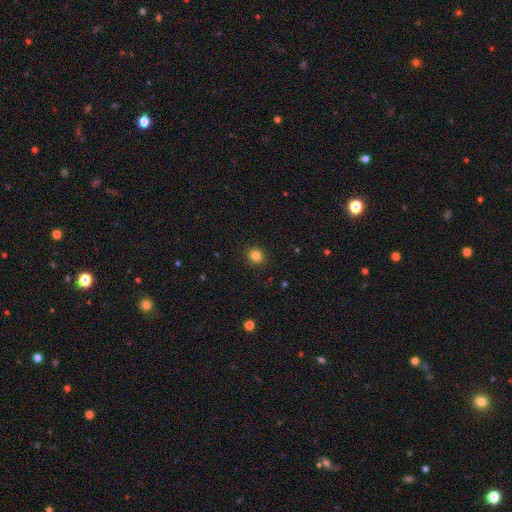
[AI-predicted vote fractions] smooth 84%, star or artifact 12%, featured or disk 5%. Down the decision tree: how rounded — round (76%); merging — none (91%).